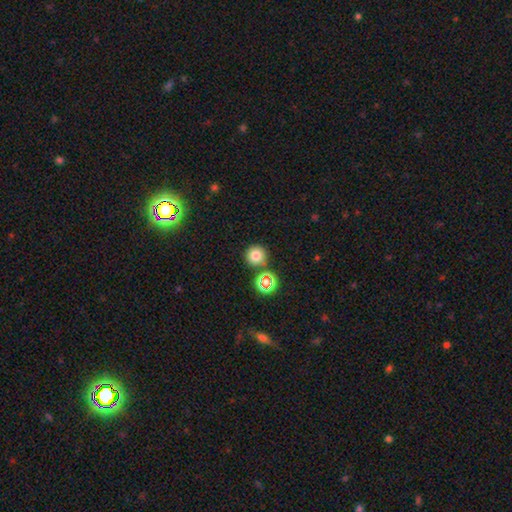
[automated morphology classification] This appears to be a smooth galaxy with no disk features (76%) that is round (94%). Merging: none (80%).